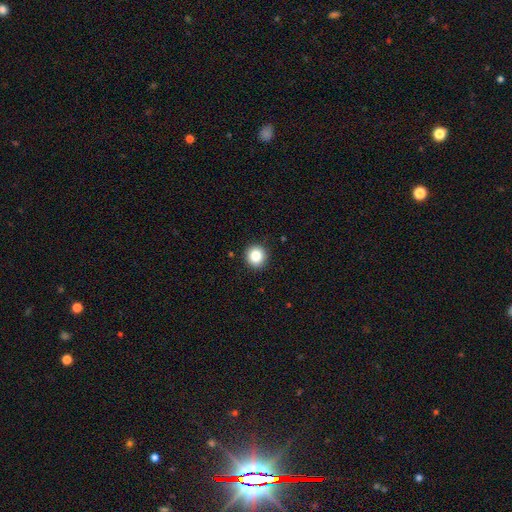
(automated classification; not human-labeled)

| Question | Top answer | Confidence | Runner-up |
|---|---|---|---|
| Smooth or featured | smooth | 85% | star or artifact (10%) |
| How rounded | round | 90% | in between (9%) |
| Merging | none | 91% | minor disturbance (6%) |